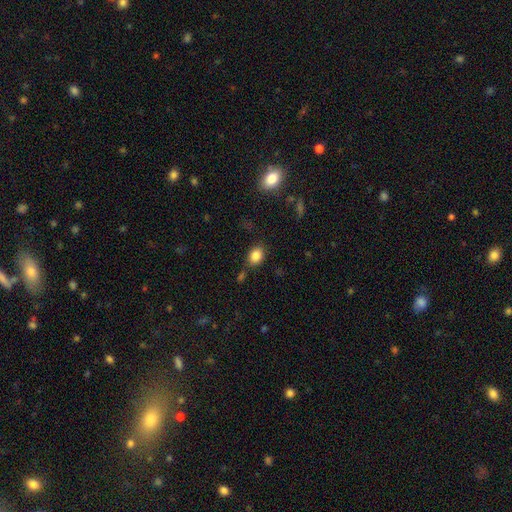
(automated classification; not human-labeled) Q: Smooth or featured?
A: smooth (85%); runner-up: star or artifact (9%)
Q: How rounded?
A: in between (67%); runner-up: round (31%)
Q: Merging?
A: none (75%); runner-up: minor disturbance (15%)